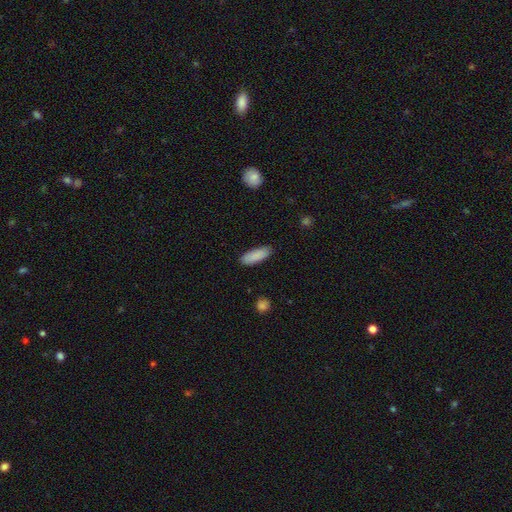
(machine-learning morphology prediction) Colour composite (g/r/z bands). It shows a smooth galaxy with no disk features (89%) that is in between round and cigar-shaped (68%). Merging: none (86%).